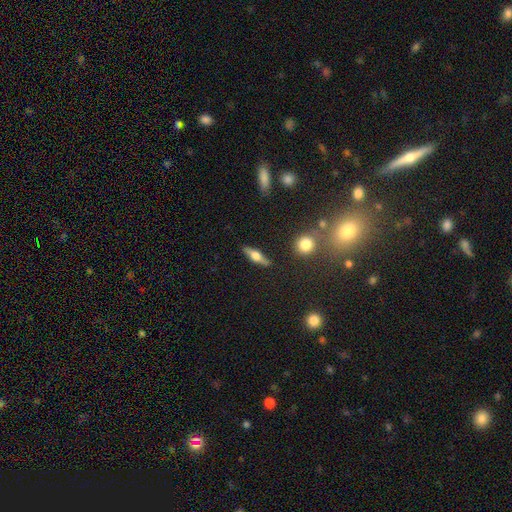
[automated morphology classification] This appears to be a featured or disk galaxy (58%) viewed edge-on (94%) with a rounded central bulge (93%). Merging: none (87%).